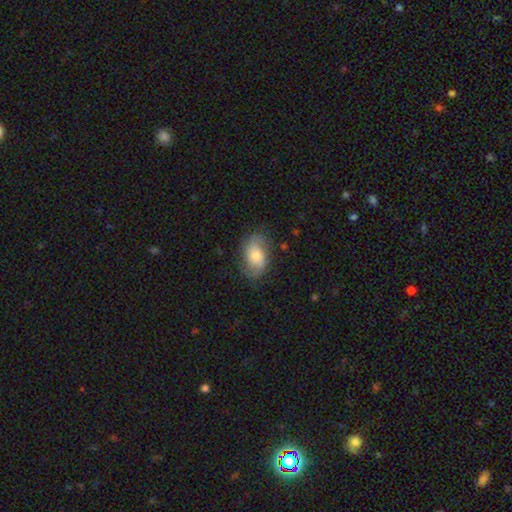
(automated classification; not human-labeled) A smooth galaxy with no disk features (46%, tied with featured or disk). Merging: none (68%).